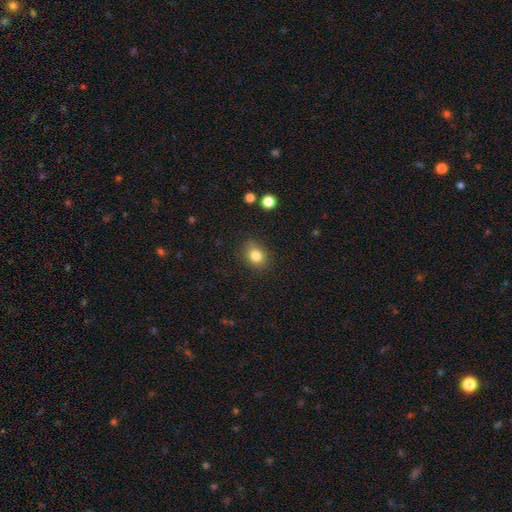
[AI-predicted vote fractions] A smooth galaxy with no disk features (82%) that is round (61%). Merging: none (82%).